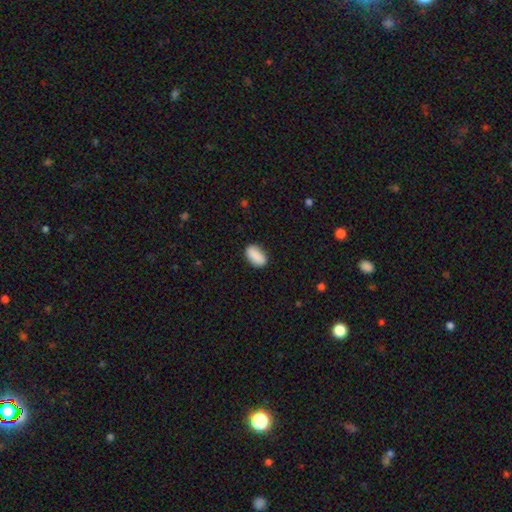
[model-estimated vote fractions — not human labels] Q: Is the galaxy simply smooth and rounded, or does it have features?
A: smooth — 89%.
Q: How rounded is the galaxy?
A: in between — 92%.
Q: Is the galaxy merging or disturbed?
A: none — 85%.